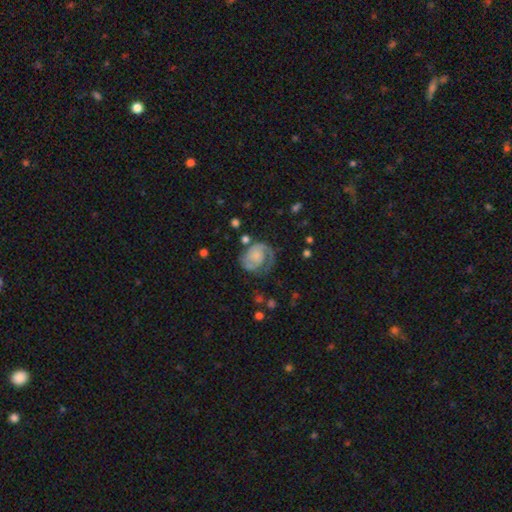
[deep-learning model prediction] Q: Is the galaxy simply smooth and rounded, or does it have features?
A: featured or disk — 71%.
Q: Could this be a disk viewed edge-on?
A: no — 98%.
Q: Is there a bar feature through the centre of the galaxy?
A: no — 75%.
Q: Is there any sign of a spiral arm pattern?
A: yes — 90%.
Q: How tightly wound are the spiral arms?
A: tight — 46%.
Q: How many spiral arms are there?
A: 1 — 49%.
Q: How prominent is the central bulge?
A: small — 47%.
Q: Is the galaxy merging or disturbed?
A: none — 48%.